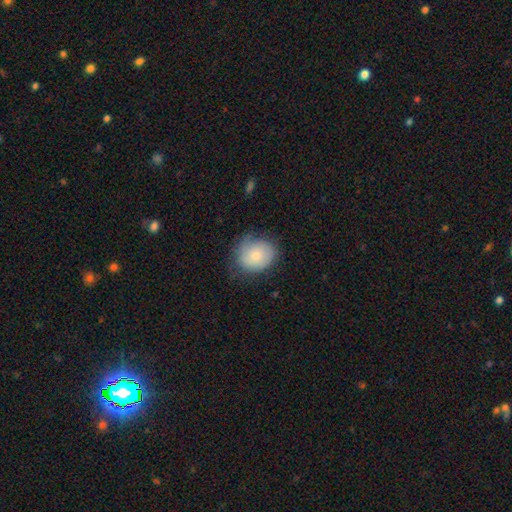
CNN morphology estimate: Overall: smooth (73%). How rounded: round (66%; in between 33%). Merging: none (62%; minor disturbance 28%).